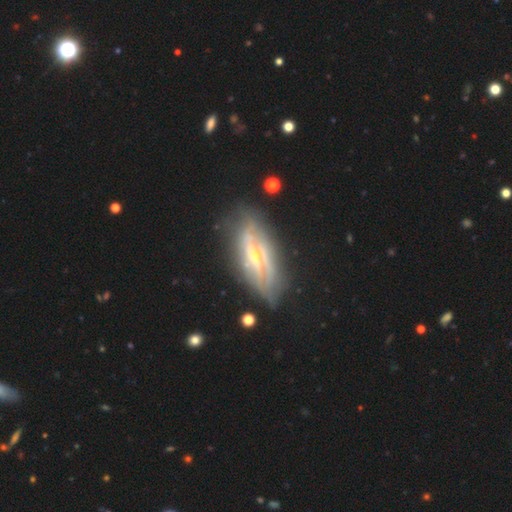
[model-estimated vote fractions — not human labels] Q: Smooth or featured?
A: featured or disk (79%); runner-up: smooth (14%)
Q: Edge-on disk?
A: no (52%); runner-up: yes (48%)
Q: Merging?
A: none (75%); runner-up: minor disturbance (17%)